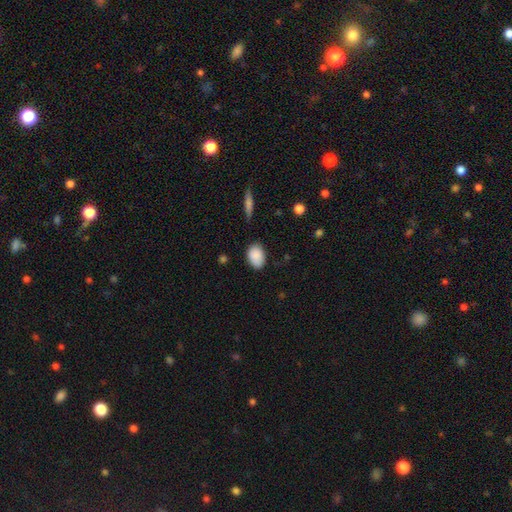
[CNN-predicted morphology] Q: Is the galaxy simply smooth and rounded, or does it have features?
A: smooth — 89%.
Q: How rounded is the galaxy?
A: in between — 85%.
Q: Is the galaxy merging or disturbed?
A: none — 79%.